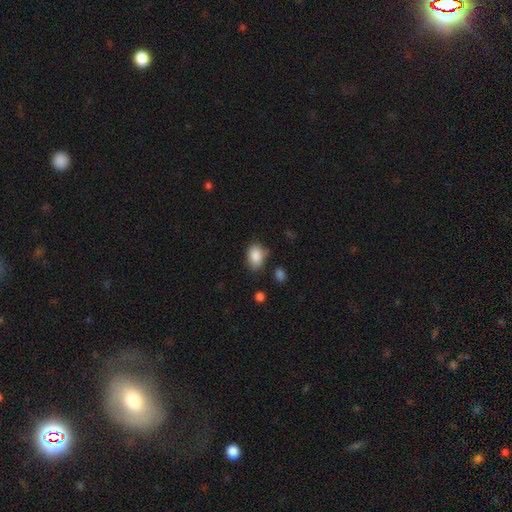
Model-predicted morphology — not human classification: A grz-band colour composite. It shows a smooth galaxy with no disk features (87%) that is in between round and cigar-shaped (78%). Merging: none (69%).